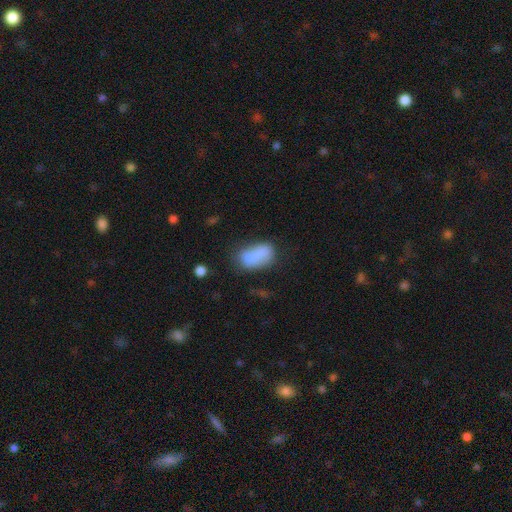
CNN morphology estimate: Overall: smooth (81%). How rounded: in between (91%). Merging: none (52%; minor disturbance 28%).